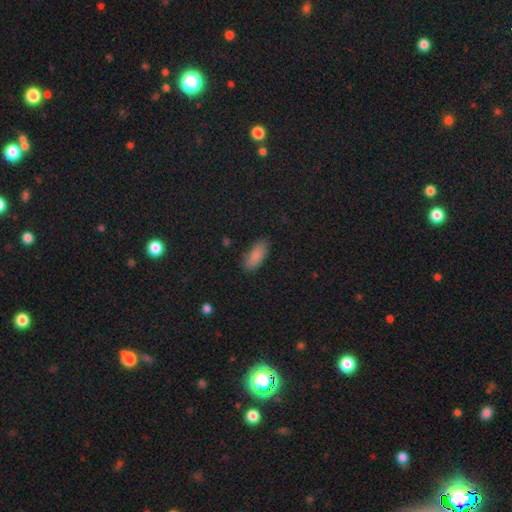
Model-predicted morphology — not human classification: Smooth or featured: smooth — 86% (star or artifact — 8%)
How rounded: in between — 85% (cigar-shaped — 13%)
Merging: none — 83% (minor disturbance — 13%)